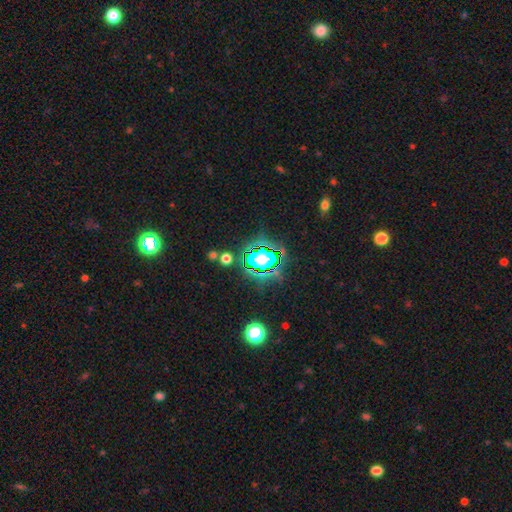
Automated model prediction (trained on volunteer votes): Smooth or featured?
  - star or artifact: 62% *
  - smooth: 26%
  - featured or disk: 12%